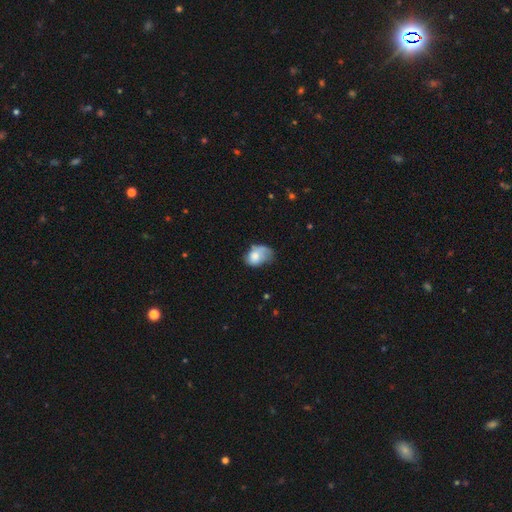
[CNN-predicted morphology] This is likely a smooth galaxy (66%). How rounded: likely in between (73%). Merging: marginally minor disturbance (38%).